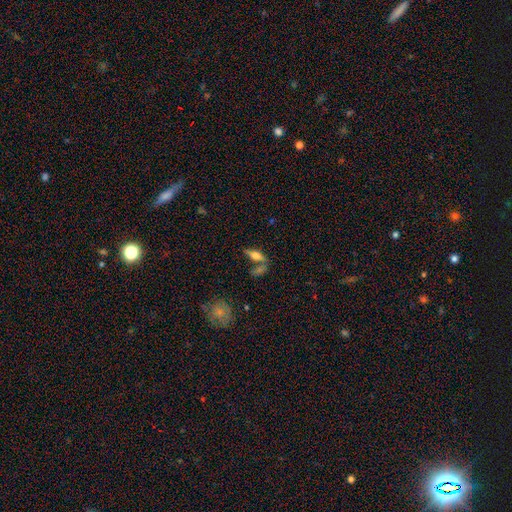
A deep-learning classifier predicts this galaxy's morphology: Q: Smooth or featured?
A: smooth (54%); runner-up: featured or disk (37%)
Q: How rounded?
A: in between (57%); runner-up: cigar-shaped (39%)
Q: Merging?
A: none (55%); runner-up: merger (26%)